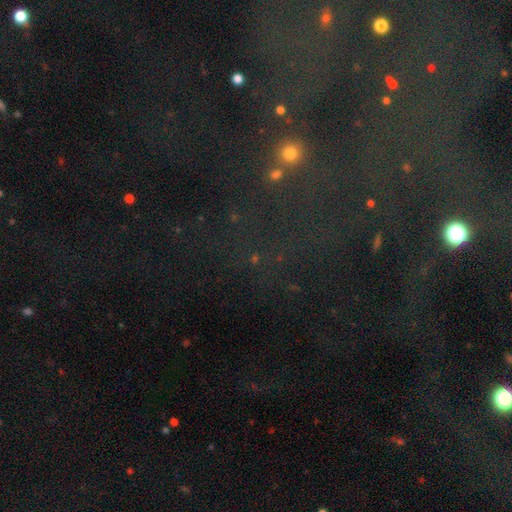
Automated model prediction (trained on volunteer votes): A star or artifact, not a galaxy (70%).

Vote fractions:
- Smooth or featured? star or artifact: 70% / smooth: 16% / featured or disk: 14%